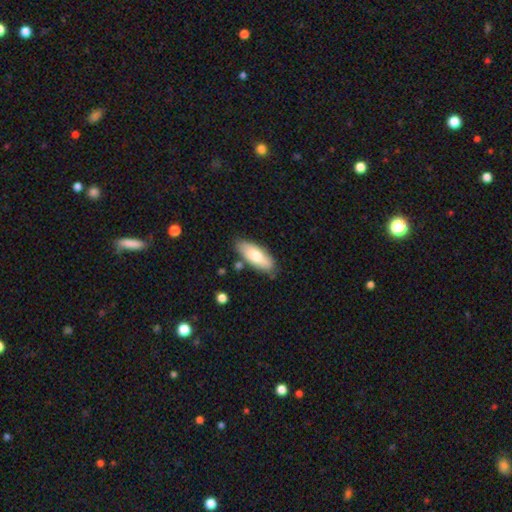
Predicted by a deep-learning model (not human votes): This appears to be a smooth galaxy with no disk features (72%) that is in between round and cigar-shaped (74%). Merging: none (78%).